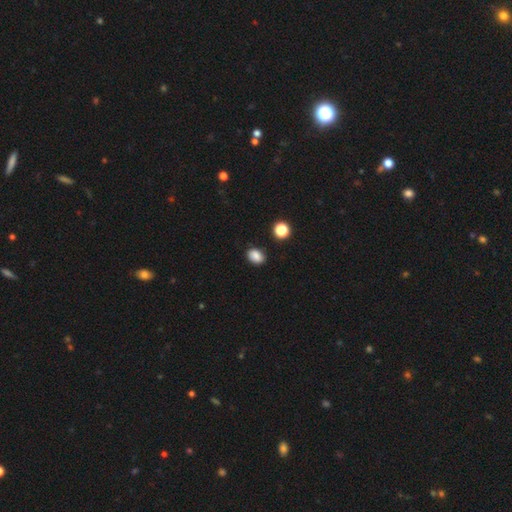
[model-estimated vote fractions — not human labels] This appears to be a smooth galaxy with no disk features (85%) that is in between round and cigar-shaped (68%). Merging: none (85%).